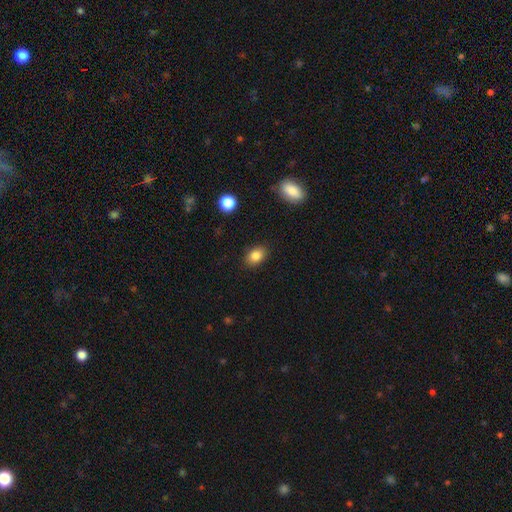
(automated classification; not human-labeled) Smooth or featured: smooth — 84% (star or artifact — 9%)
How rounded: in between — 75% (round — 24%)
Merging: none — 87% (minor disturbance — 9%)